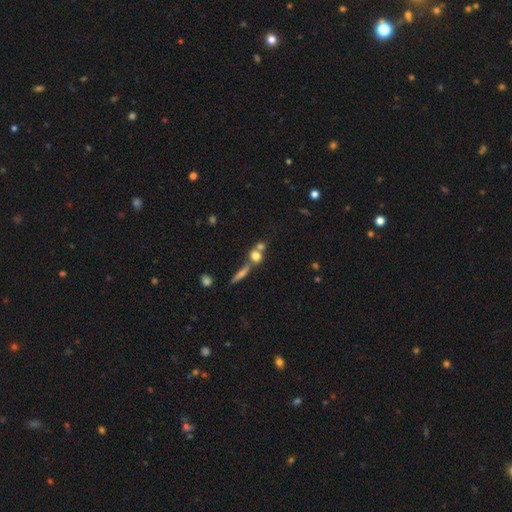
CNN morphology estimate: smooth-or-featured: smooth: 70% | featured or disk: 17% | star or artifact: 13%
  how-rounded: round: 66% | in between: 24% | cigar-shaped: 11%
  merging: merger: 45% | none: 42% | minor disturbance: 8% | major disturbance: 5%